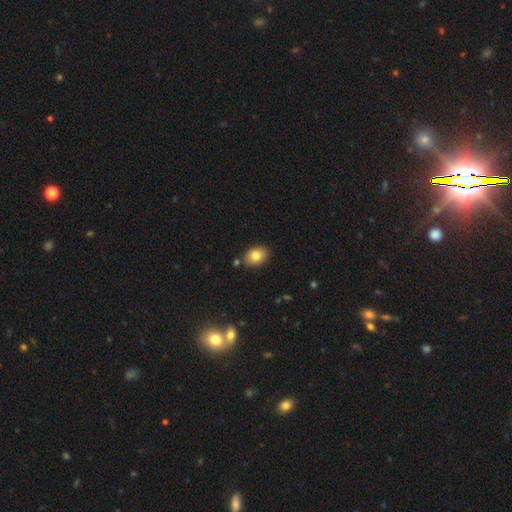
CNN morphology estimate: This appears to be a smooth galaxy with no disk features (81%) that is in between round and cigar-shaped (69%). Merging: none (84%).